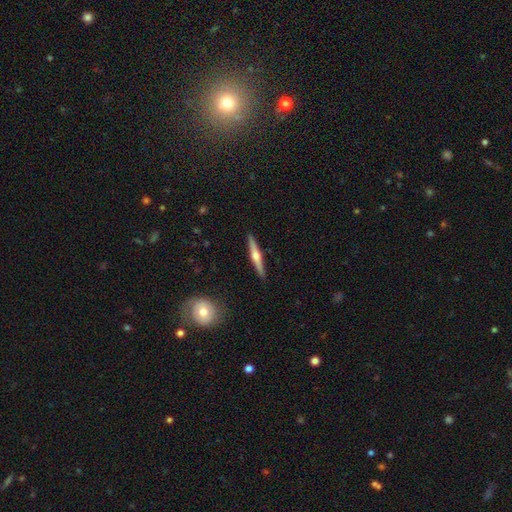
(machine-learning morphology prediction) Smooth or featured? Predicted: featured or disk (p=0.65). Edge-on disk? Predicted: yes (p=0.98). Edge-on bulge? Predicted: rounded (p=0.90). Merging? Predicted: none (p=0.91).